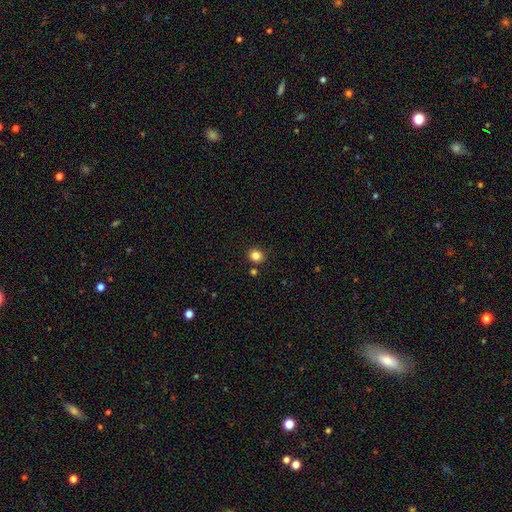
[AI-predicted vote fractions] Q: Smooth or featured?
A: smooth (84%); runner-up: star or artifact (12%)
Q: How rounded?
A: round (78%); runner-up: in between (21%)
Q: Merging?
A: none (84%); runner-up: minor disturbance (8%)